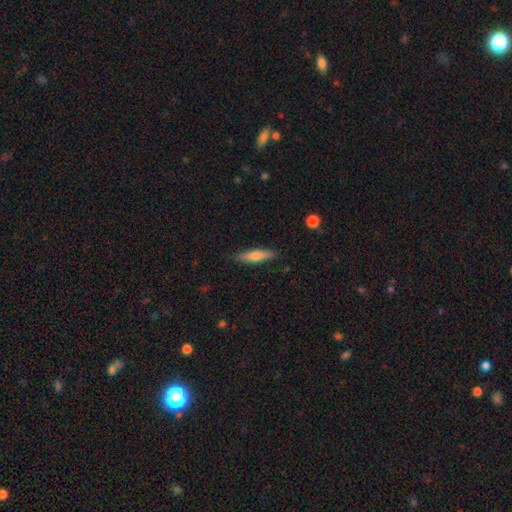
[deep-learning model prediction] Q: Smooth or featured?
A: smooth (65%); runner-up: featured or disk (29%)
Q: How rounded?
A: cigar-shaped (78%); runner-up: in between (20%)
Q: Merging?
A: none (87%); runner-up: minor disturbance (10%)